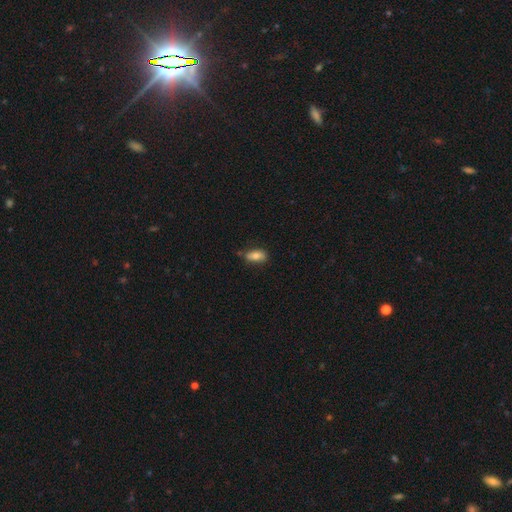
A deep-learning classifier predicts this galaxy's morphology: smooth-or-featured: smooth: 78% | featured or disk: 14% | star or artifact: 8%
  how-rounded: in between: 86% | cigar-shaped: 10% | round: 4%
  merging: none: 67% | minor disturbance: 25% | major disturbance: 5% | merger: 3%